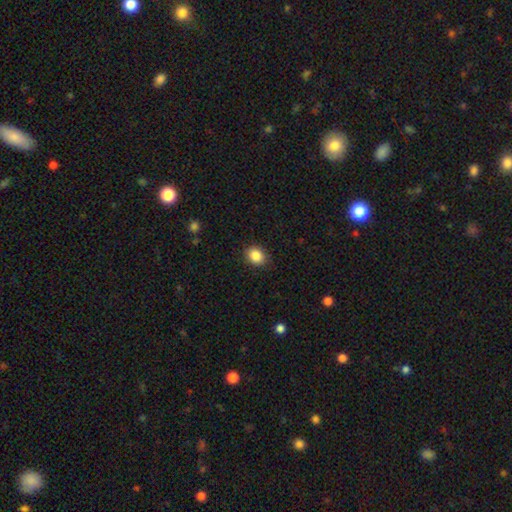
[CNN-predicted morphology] The model was most divided on "how rounded": round: 54%, in between: 45%, cigar-shaped: 1%. More confident: merging — none (87%); smooth or featured — smooth (86%).